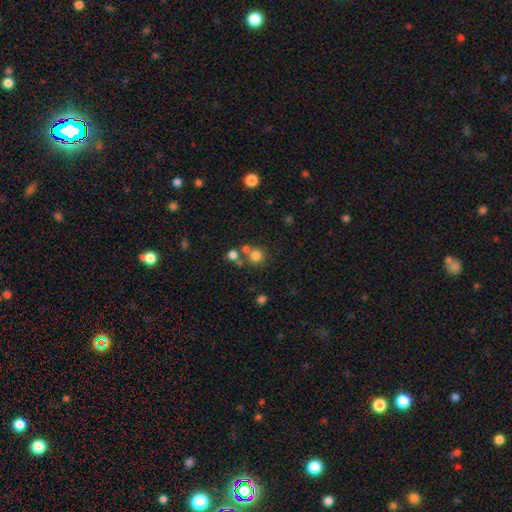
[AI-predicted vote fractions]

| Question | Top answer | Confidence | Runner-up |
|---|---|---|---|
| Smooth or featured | smooth | 76% | star or artifact (15%) |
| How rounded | round | 91% | in between (8%) |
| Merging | none | 62% | merger (26%) |